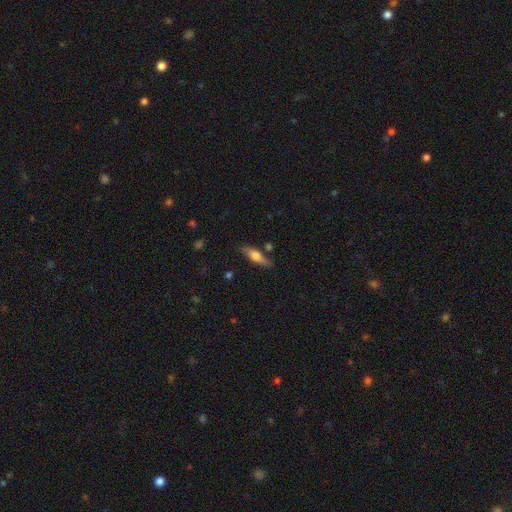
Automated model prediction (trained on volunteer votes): This appears to be a smooth galaxy with no disk features (50%) that is cigar-shaped (58%). Merging: none (79%).